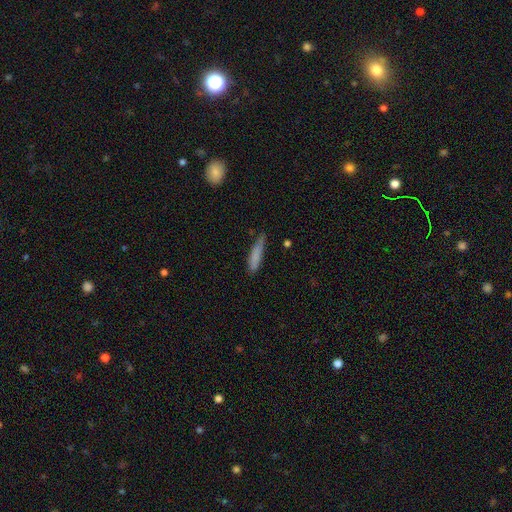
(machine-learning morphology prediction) Smooth or featured?
  - smooth: 80% *
  - featured or disk: 13%
  - star or artifact: 7%
How rounded?
  - cigar-shaped: 83% *
  - in between: 16%
  - round: 2%
Merging?
  - none: 61% *
  - minor disturbance: 30%
  - major disturbance: 6%
  - merger: 3%